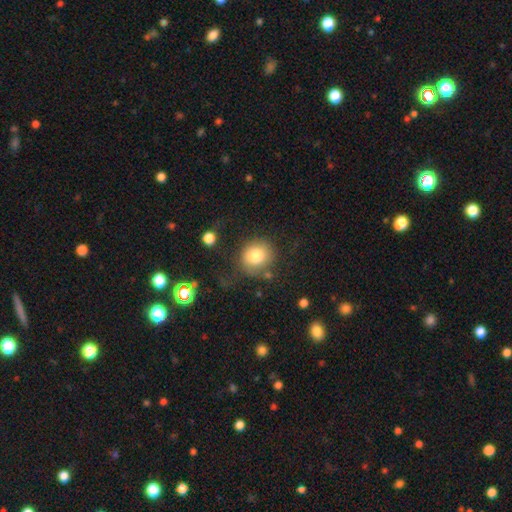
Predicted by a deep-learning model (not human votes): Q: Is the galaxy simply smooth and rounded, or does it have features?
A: smooth — 79%.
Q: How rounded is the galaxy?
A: round — 82%.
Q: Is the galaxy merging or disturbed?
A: none — 62%.